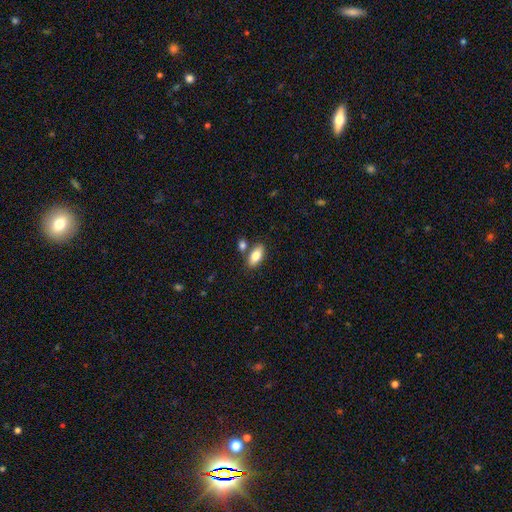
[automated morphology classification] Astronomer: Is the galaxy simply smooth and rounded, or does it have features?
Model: smooth — 81%.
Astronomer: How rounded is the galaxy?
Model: in between — 90%.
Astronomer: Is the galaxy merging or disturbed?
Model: none — 76%.